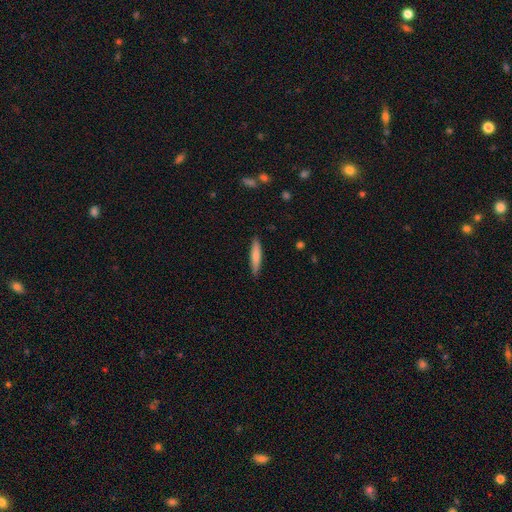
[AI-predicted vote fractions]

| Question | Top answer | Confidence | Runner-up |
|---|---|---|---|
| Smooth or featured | smooth | 76% | featured or disk (18%) |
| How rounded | cigar-shaped | 85% | in between (13%) |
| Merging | none | 89% | minor disturbance (9%) |